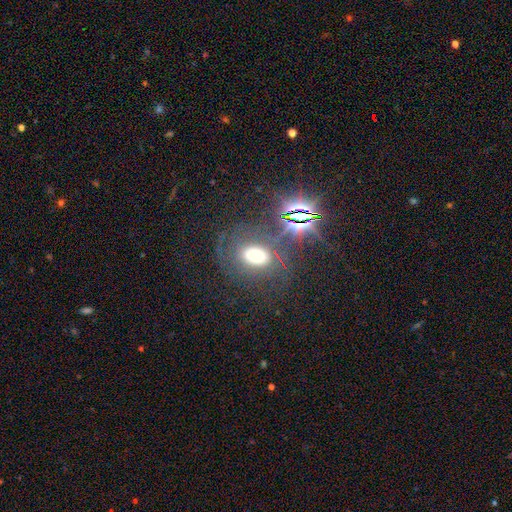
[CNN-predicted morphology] Q: Smooth or featured?
A: smooth (36%); runner-up: featured or disk (34%)
Q: Merging?
A: none (66%); runner-up: minor disturbance (15%)